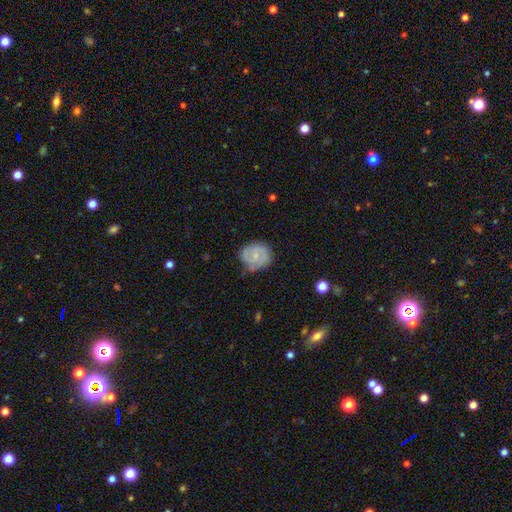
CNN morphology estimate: smooth 56%, featured or disk 37%, star or artifact 7%. Down the decision tree: how rounded — round (76%); merging — none (59%).